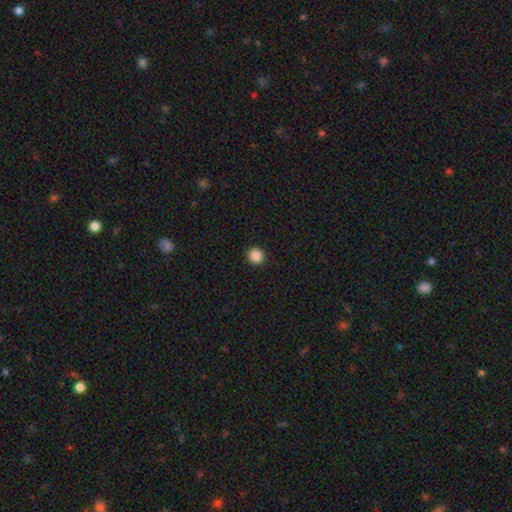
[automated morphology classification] smooth 87%, star or artifact 10%, featured or disk 3%. Down the decision tree: how rounded — round (95%); merging — none (93%).